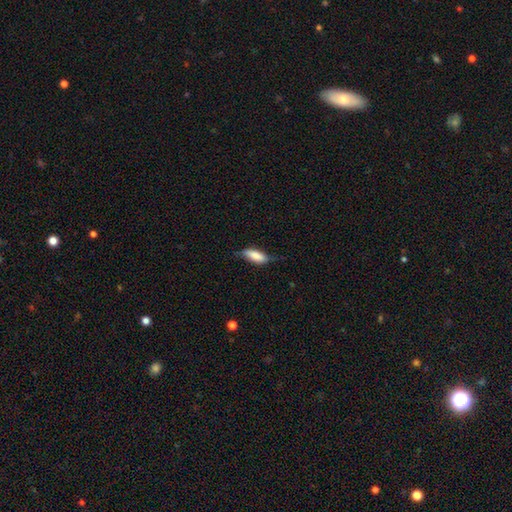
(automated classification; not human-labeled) Q: Smooth or featured?
A: smooth (74%); runner-up: featured or disk (20%)
Q: How rounded?
A: in between (68%); runner-up: cigar-shaped (30%)
Q: Merging?
A: none (56%); runner-up: minor disturbance (33%)